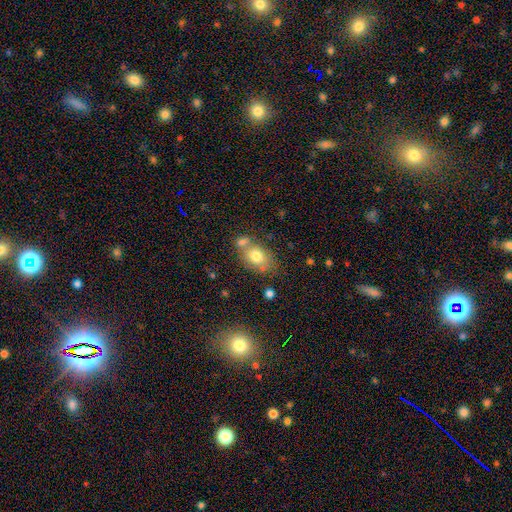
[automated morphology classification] smooth-or-featured: smooth: 75% | featured or disk: 16% | star or artifact: 10%
  how-rounded: in between: 73% | round: 26% | cigar-shaped: 2%
  merging: none: 53% | merger: 26% | minor disturbance: 16% | major disturbance: 5%